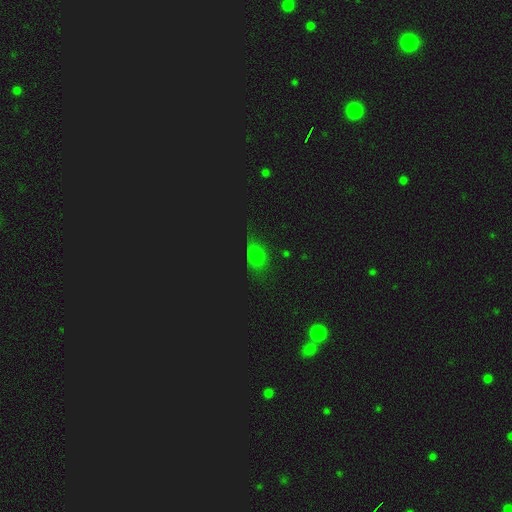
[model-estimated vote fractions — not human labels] smooth-or-featured: smooth: 56% | star or artifact: 31% | featured or disk: 12%
  how-rounded: in between: 61% | round: 33% | cigar-shaped: 5%
  merging: none: 58% | minor disturbance: 26% | major disturbance: 12% | merger: 3%